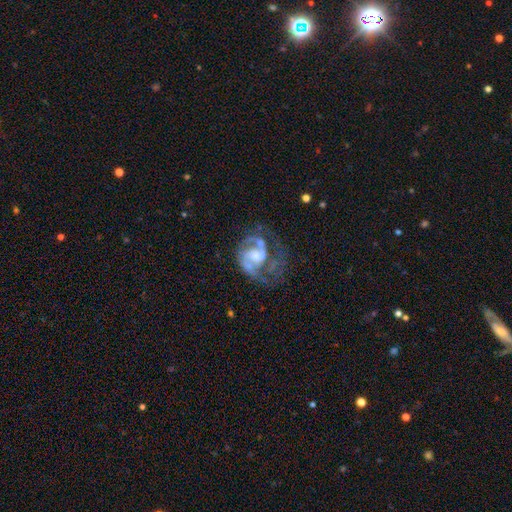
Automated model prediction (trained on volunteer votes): Smooth or featured? Predicted: featured or disk (p=0.86). Edge-on disk? Predicted: no (p=0.98). Bar? Predicted: no (p=0.45). Spiral arms? Predicted: yes (p=0.94). Spiral winding? Predicted: medium (p=0.52). Spiral arm count? Predicted: 2 (p=0.66). Bulge size? Predicted: moderate (p=0.42). Merging? Predicted: none (p=0.46).